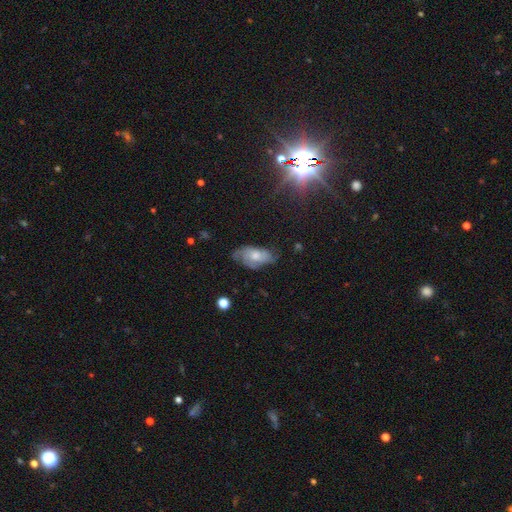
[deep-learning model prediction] The model was most divided on "smooth or featured": featured or disk: 56%, smooth: 36%, star or artifact: 8%. More confident: edge-on disk — no (93%); spiral arms — yes (81%); bar — no (77%); bulge size — moderate (59%); merging — none (55%).